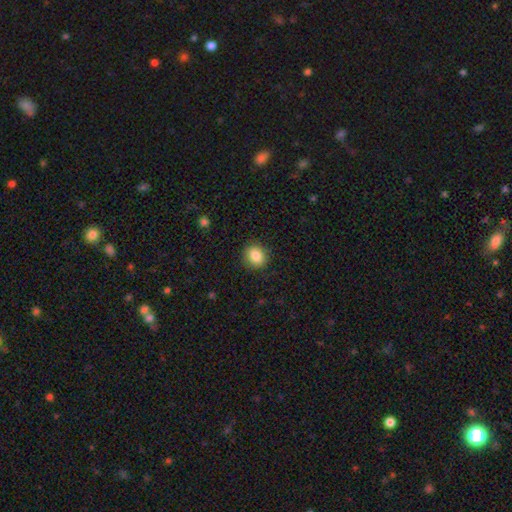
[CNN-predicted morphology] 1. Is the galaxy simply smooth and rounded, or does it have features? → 86% smooth, 9% star or artifact, 5% featured or disk.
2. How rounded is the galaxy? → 71% round, 28% in between, 1% cigar-shaped.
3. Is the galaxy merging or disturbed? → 88% none, 9% minor disturbance, 3% major disturbance, 1% merger.